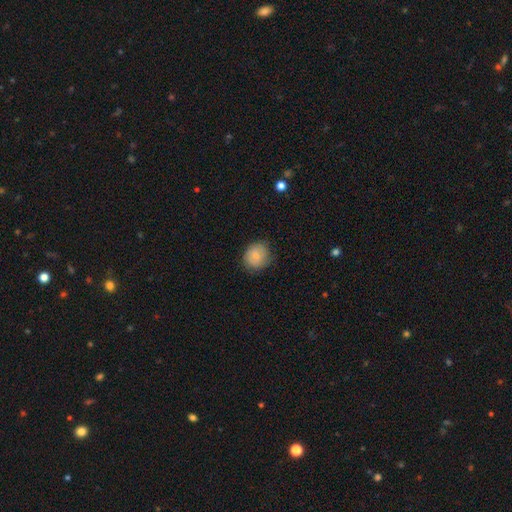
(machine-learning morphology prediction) type=smooth (80%); roundness=round (81%); merging=none (77%).